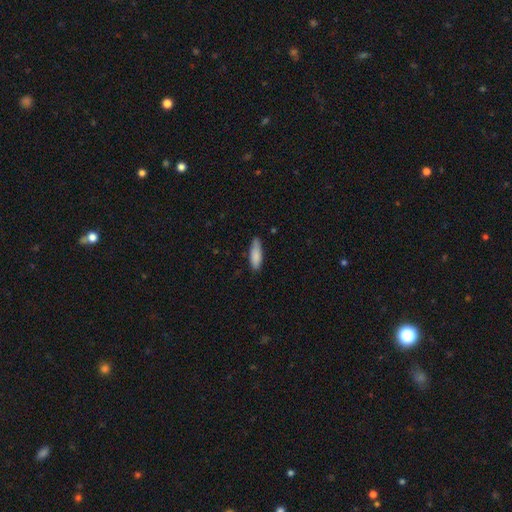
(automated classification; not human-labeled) This is clearly a smooth galaxy (85%). How rounded: possibly in between (50%). Merging: likely none (77%).